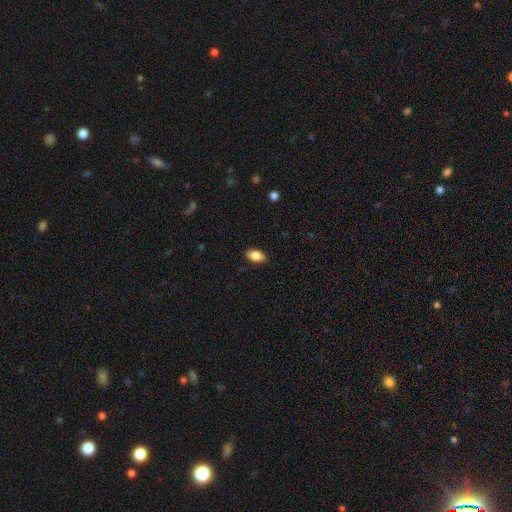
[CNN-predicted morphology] smooth 85%, star or artifact 7%, featured or disk 7%. Down the decision tree: how rounded — in between (91%); merging — none (87%).